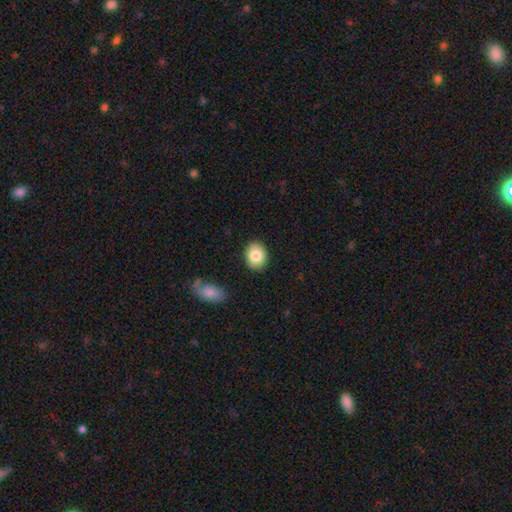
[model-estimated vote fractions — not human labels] The model was most divided on "how rounded": in between: 56%, round: 43%, cigar-shaped: 1%. More confident: merging — none (88%); smooth or featured — smooth (81%).